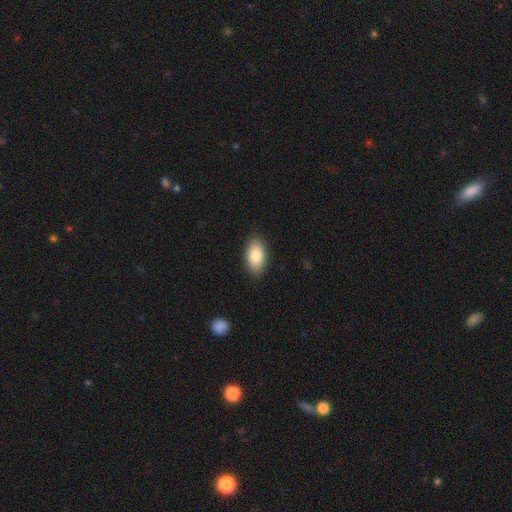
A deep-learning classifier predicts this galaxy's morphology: Q: Smooth or featured?
A: smooth (82%); runner-up: featured or disk (11%)
Q: How rounded?
A: in between (94%); runner-up: round (4%)
Q: Merging?
A: none (88%); runner-up: minor disturbance (9%)